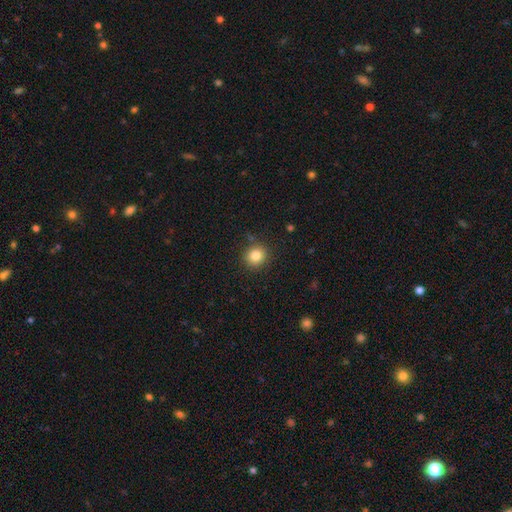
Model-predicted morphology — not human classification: This appears to be a smooth galaxy with no disk features (84%) that is round (88%). Merging: none (88%).